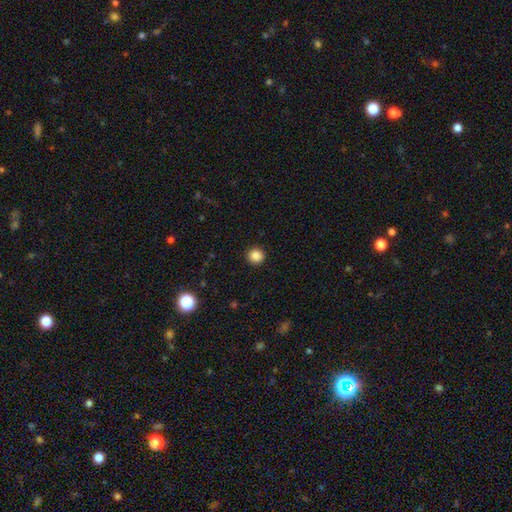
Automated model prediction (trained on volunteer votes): A smooth galaxy with no disk features (86%) that is round (94%). Merging: none (93%).